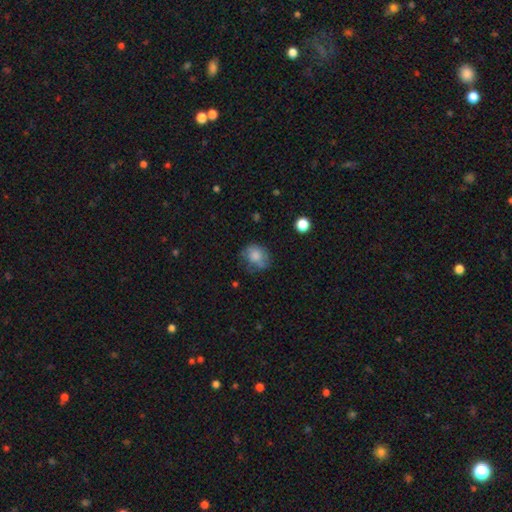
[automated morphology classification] This appears to be a smooth galaxy with no disk features (73%) that is round (65%). Merging: none (56%).